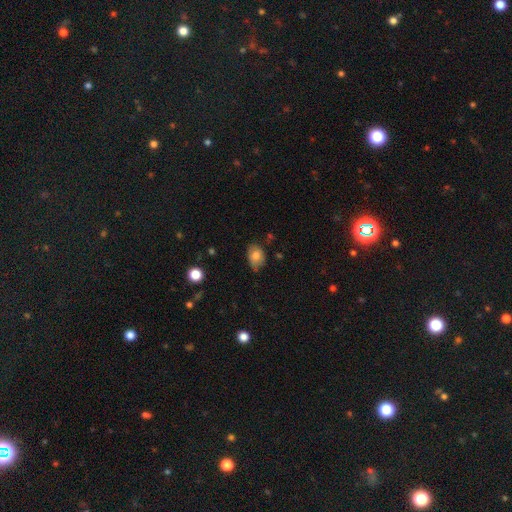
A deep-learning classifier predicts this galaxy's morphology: This appears to be a smooth galaxy with no disk features (77%) that is in between round and cigar-shaped (76%). Merging: none (63%).